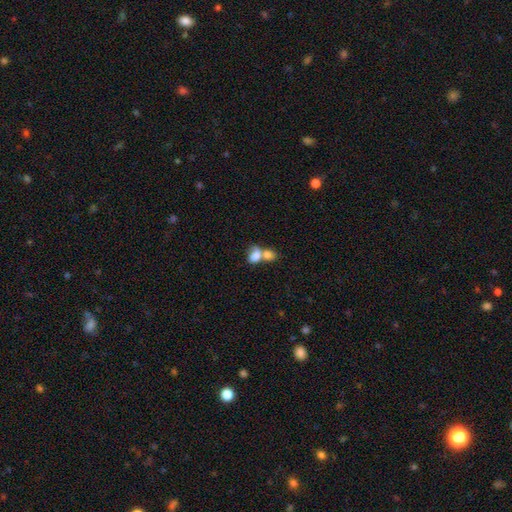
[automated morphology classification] Smooth or featured: smooth — 76% (featured or disk — 15%)
How rounded: in between — 69% (round — 29%)
Merging: merger — 72% (none — 15%)